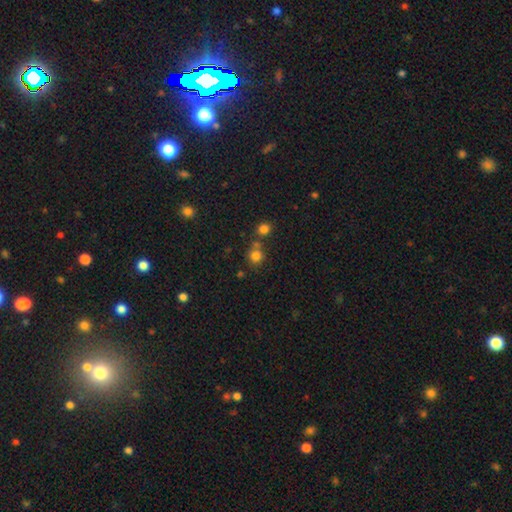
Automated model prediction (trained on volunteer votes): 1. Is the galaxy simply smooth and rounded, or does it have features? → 77% smooth, 16% star or artifact, 7% featured or disk.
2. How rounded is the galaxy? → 88% round, 11% in between, 1% cigar-shaped.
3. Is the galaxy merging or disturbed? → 63% none, 24% merger, 9% minor disturbance, 4% major disturbance.